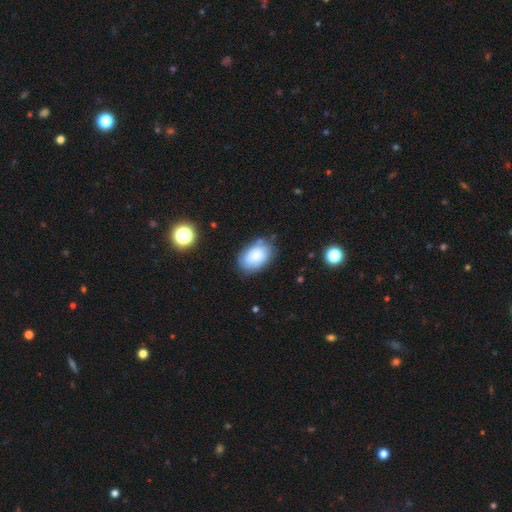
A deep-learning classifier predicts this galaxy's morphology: A smooth galaxy with no disk features (74%) that is in between round and cigar-shaped (87%). Merging: none (72%).